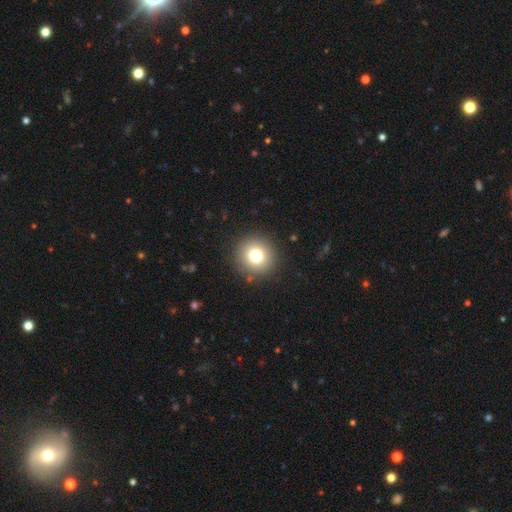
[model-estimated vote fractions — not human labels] A smooth galaxy with no disk features (77%) that is round (95%). Merging: none (90%).